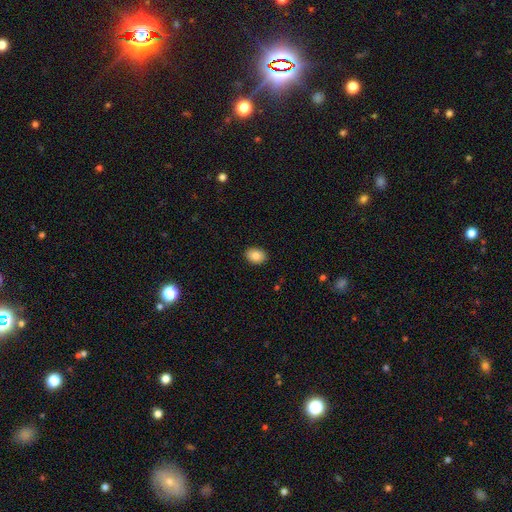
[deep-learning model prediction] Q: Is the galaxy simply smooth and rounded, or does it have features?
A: smooth — 84%.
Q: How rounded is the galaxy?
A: in between — 68%.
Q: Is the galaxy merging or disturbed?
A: none — 90%.